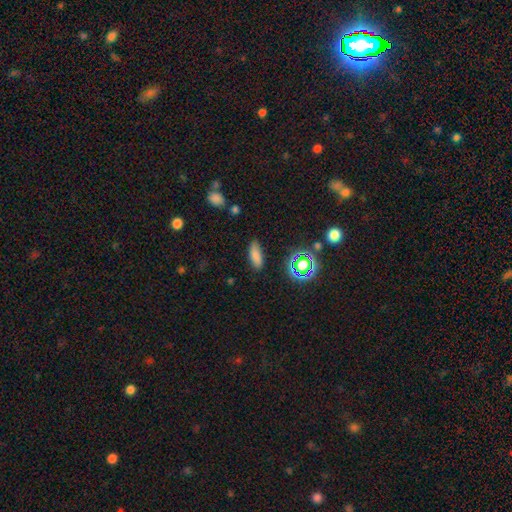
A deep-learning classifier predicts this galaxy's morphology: A smooth galaxy with no disk features (77%) that is in between round and cigar-shaped (74%). Merging: none (81%).